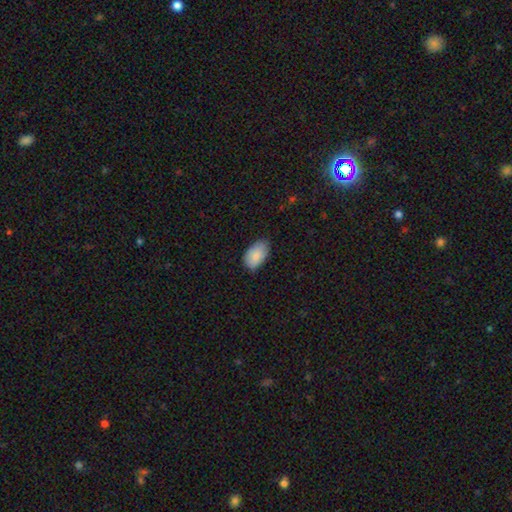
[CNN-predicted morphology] The model was most divided on "merging": none: 72%, minor disturbance: 24%, major disturbance: 3%, merger: 1%. More confident: how rounded — in between (93%); smooth or featured — smooth (85%).